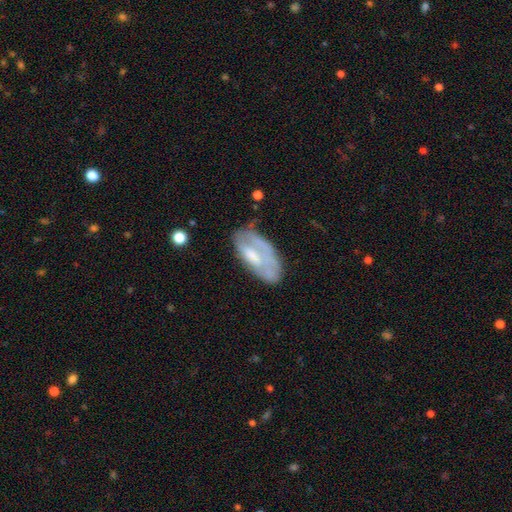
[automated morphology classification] Smooth or featured? featured or disk (51%)
Edge-on disk? no (89%)
Merging? none (46%)